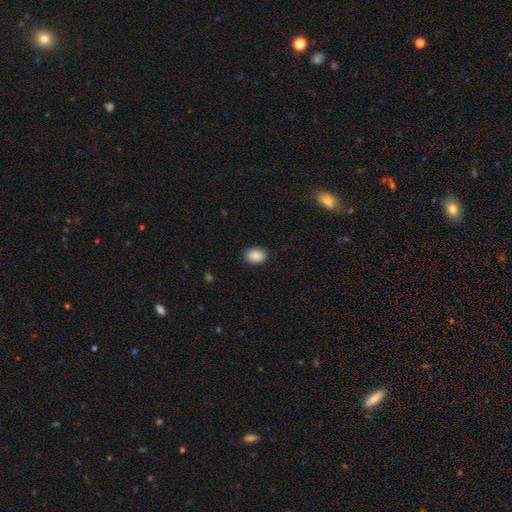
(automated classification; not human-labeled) The model was most divided on "how rounded": in between: 67%, round: 32%, cigar-shaped: 1%. More confident: smooth or featured — smooth (89%); merging — none (88%).